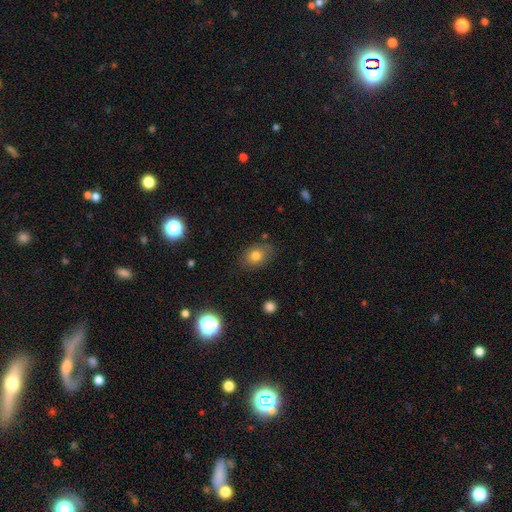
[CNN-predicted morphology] Smooth or featured? Predicted: smooth (p=0.77). How rounded? Predicted: in between (p=0.72). Merging? Predicted: none (p=0.80).